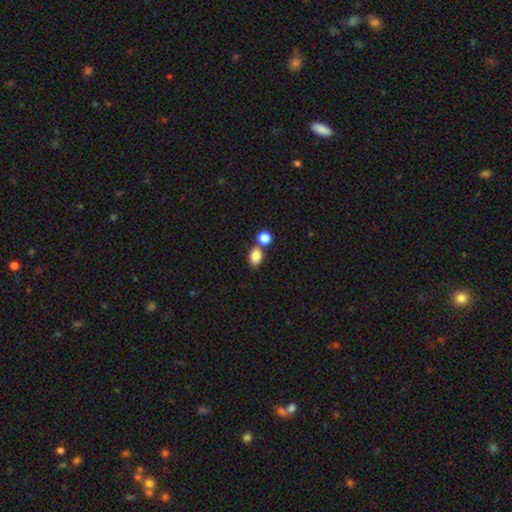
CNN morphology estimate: smooth_or_featured: smooth (p=0.83) [alt: star or artifact p=0.10]
how_rounded: in between (p=0.71) [alt: round p=0.27]
merging: none (p=0.58) [alt: merger p=0.29]